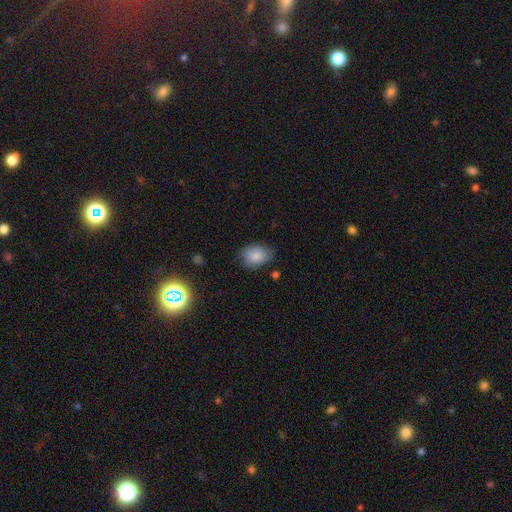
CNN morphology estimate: Smooth or featured? Predicted: smooth (p=0.84). How rounded? Predicted: in between (p=0.75). Merging? Predicted: none (p=0.72).